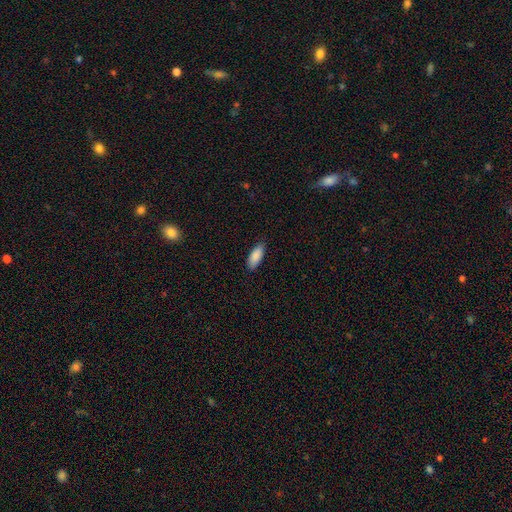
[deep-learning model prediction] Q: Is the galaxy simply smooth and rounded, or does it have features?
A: smooth — 89%.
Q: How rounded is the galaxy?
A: in between — 78%.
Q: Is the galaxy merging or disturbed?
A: none — 85%.